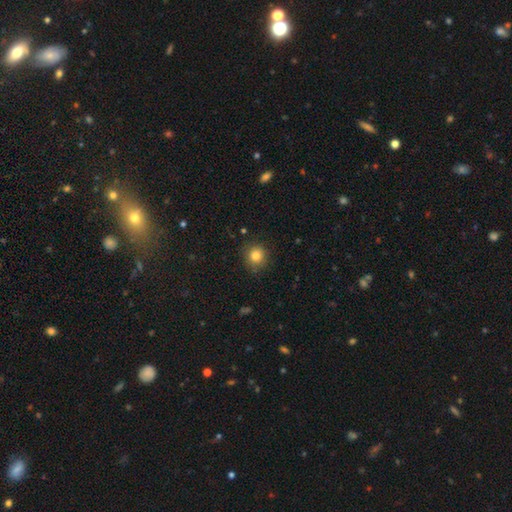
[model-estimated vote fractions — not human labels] Smooth or featured: smooth — 82% (star or artifact — 11%)
How rounded: round — 91% (in between — 8%)
Merging: none — 88% (minor disturbance — 9%)